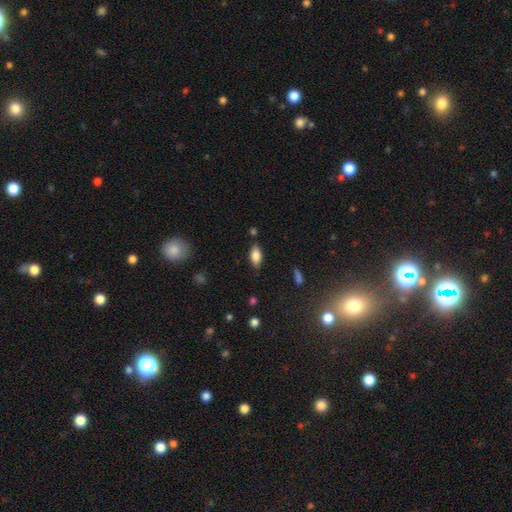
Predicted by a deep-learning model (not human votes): The model was most divided on "merging": none: 82%, minor disturbance: 13%, merger: 3%, major disturbance: 3%. More confident: how rounded — in between (89%); smooth or featured — smooth (84%).